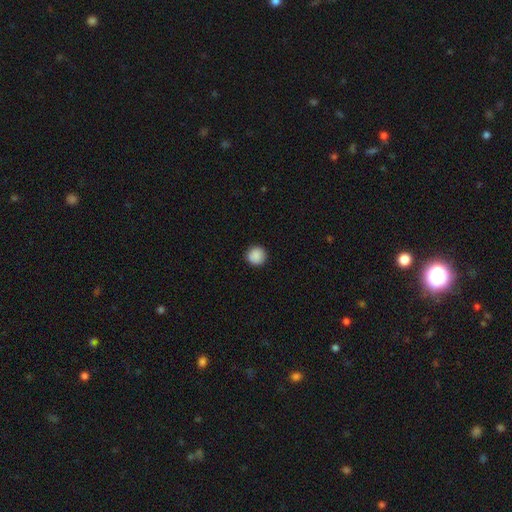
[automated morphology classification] Q: Smooth or featured?
A: smooth (89%); runner-up: star or artifact (8%)
Q: How rounded?
A: round (95%); runner-up: in between (4%)
Q: Merging?
A: none (92%); runner-up: minor disturbance (5%)